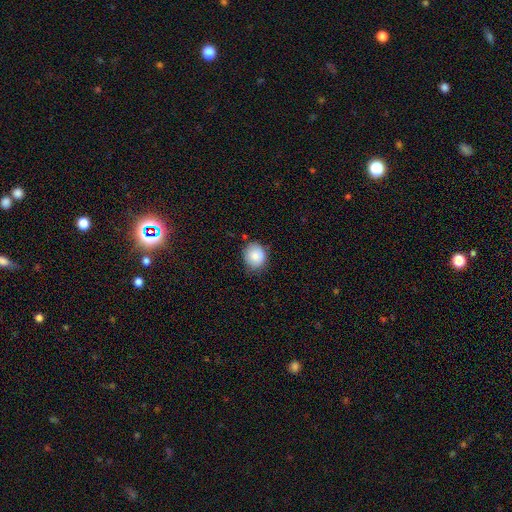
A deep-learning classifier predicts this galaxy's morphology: smooth-or-featured: smooth: 84% | star or artifact: 8% | featured or disk: 8%
  how-rounded: round: 73% | in between: 26% | cigar-shaped: 1%
  merging: none: 75% | minor disturbance: 20% | major disturbance: 3% | merger: 2%